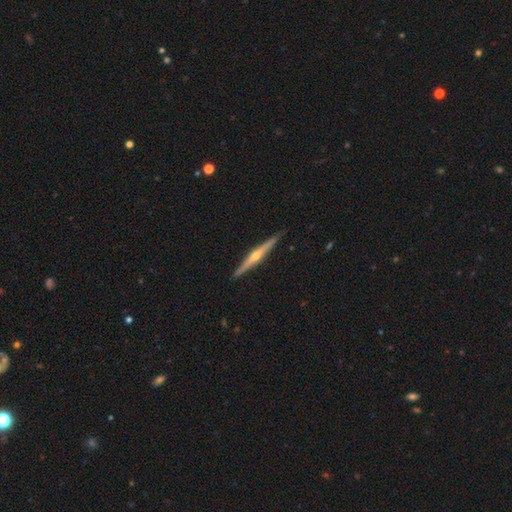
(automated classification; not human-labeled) A featured or disk galaxy (79%) viewed edge-on (98%) with a rounded central bulge (88%). Merging: none (91%).